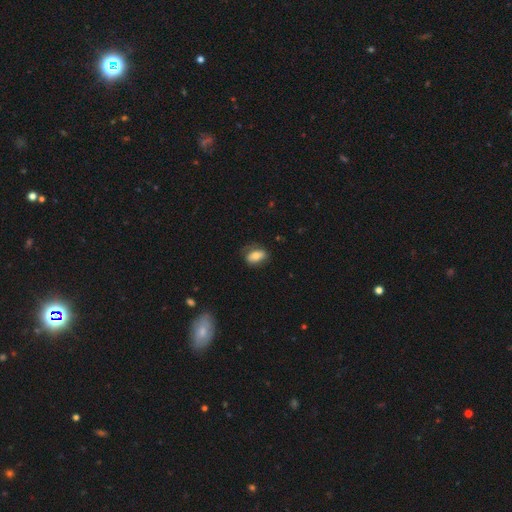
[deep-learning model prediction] Morphology: type=smooth (71%); roundness=in between (87%); merging=none (62%).